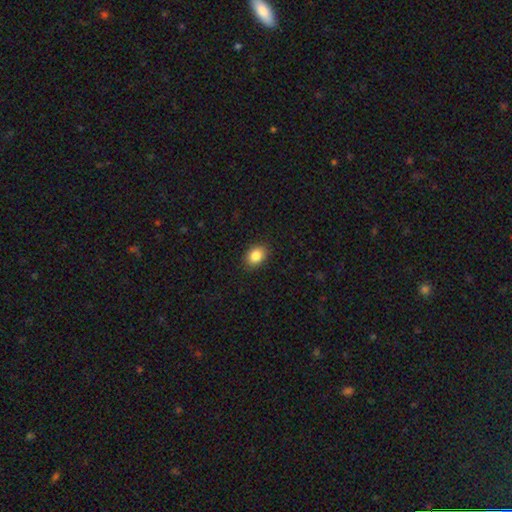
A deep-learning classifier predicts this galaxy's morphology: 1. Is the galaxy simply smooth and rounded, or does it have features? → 86% smooth, 9% star or artifact, 6% featured or disk.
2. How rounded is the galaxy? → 67% in between, 32% round, 1% cigar-shaped.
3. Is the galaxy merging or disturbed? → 89% none, 8% minor disturbance, 2% major disturbance, 1% merger.